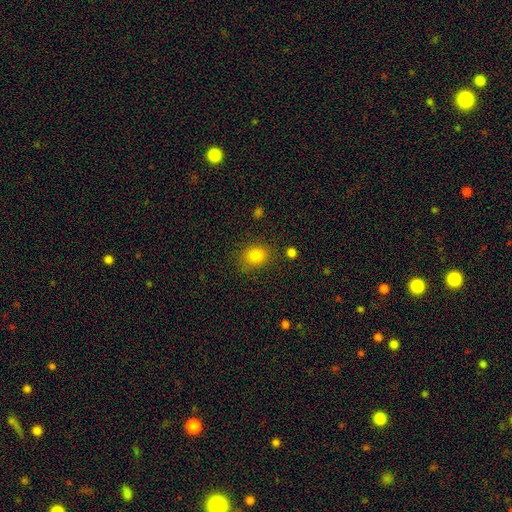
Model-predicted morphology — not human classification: A smooth galaxy with no disk features (82%) that is round (54%). Merging: none (81%).